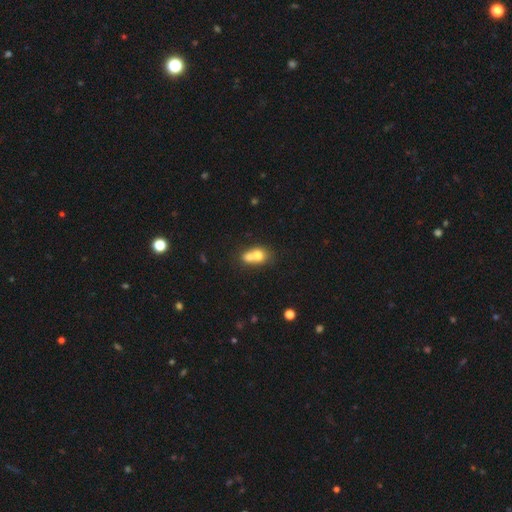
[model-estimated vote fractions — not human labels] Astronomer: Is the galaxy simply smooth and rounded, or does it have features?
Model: smooth — 69%.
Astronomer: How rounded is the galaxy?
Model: round — 54% (runner-up: in between, 44%).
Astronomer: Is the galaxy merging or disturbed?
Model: merger — 68%.